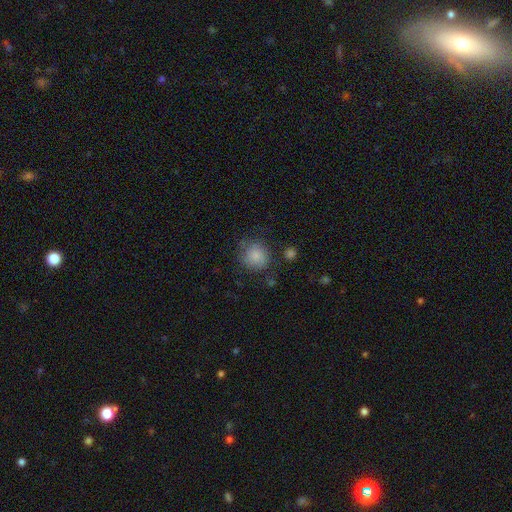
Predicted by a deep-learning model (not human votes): smooth-or-featured: smooth: 82% | featured or disk: 10% | star or artifact: 8%
  how-rounded: round: 86% | in between: 14% | cigar-shaped: 1%
  merging: none: 69% | minor disturbance: 20% | major disturbance: 8% | merger: 3%